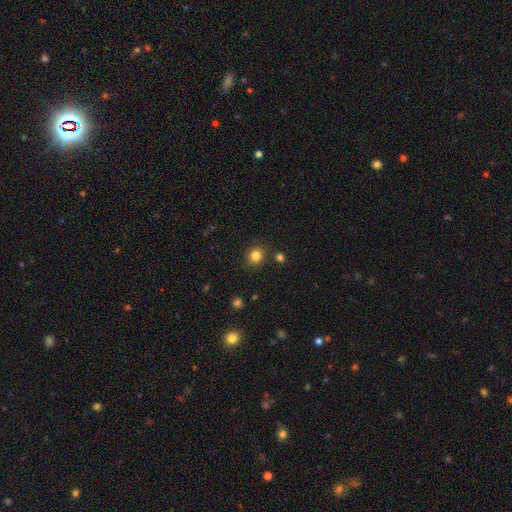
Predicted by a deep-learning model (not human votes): Smooth or featured?
  - smooth: 82% *
  - star or artifact: 12%
  - featured or disk: 5%
How rounded?
  - round: 82% *
  - in between: 17%
  - cigar-shaped: 1%
Merging?
  - none: 86% *
  - minor disturbance: 8%
  - merger: 3%
  - major disturbance: 3%